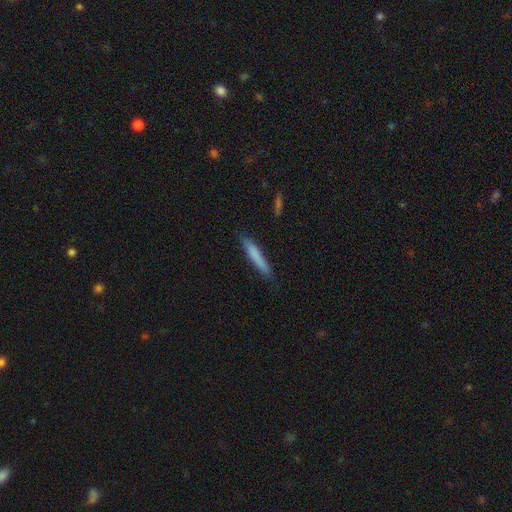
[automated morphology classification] smooth 75%, featured or disk 19%, star or artifact 6%. Down the decision tree: how rounded — cigar-shaped (93%); merging — none (84%).